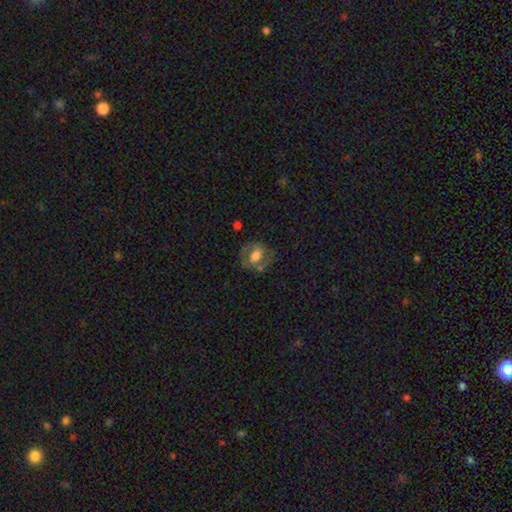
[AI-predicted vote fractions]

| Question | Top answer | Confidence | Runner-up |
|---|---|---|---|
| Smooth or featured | smooth | 47% | featured or disk (45%) |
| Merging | none | 57% | minor disturbance (22%) |